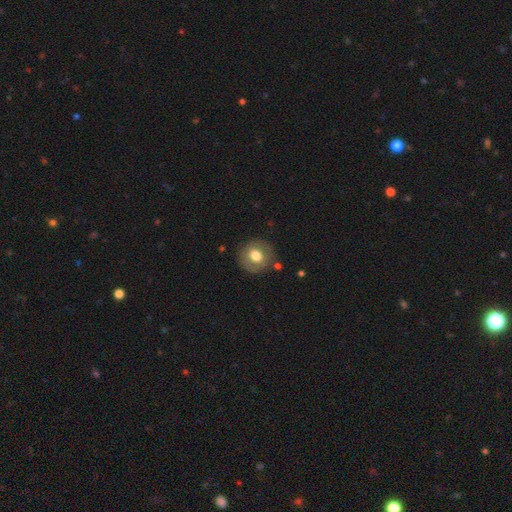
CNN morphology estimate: smooth 69%, featured or disk 23%, star or artifact 9%. Down the decision tree: how rounded — round (88%); merging — none (85%).